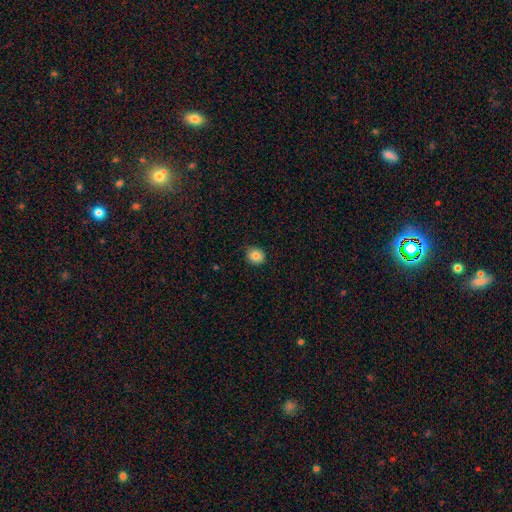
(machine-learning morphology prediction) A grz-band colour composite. It shows a smooth galaxy with no disk features (84%) that is round (73%). Merging: none (89%).